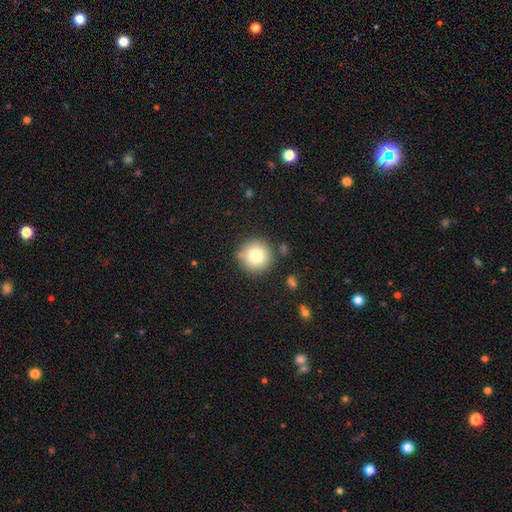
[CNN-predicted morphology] smooth 80%, star or artifact 11%, featured or disk 10%. Down the decision tree: how rounded — round (95%); merging — none (79%).